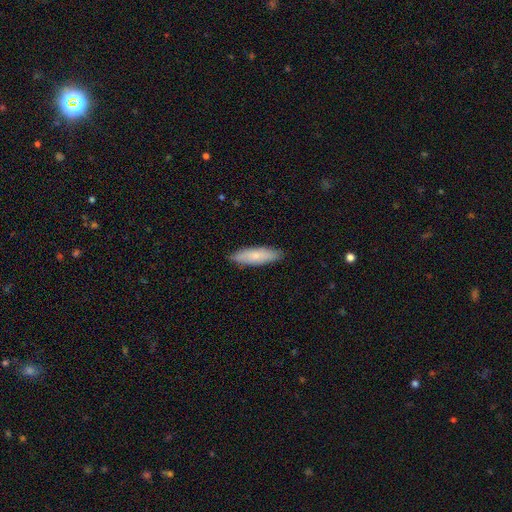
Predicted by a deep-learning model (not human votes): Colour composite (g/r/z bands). It shows a smooth galaxy with no disk features (77%) that is cigar-shaped (57%). Merging: none (87%).